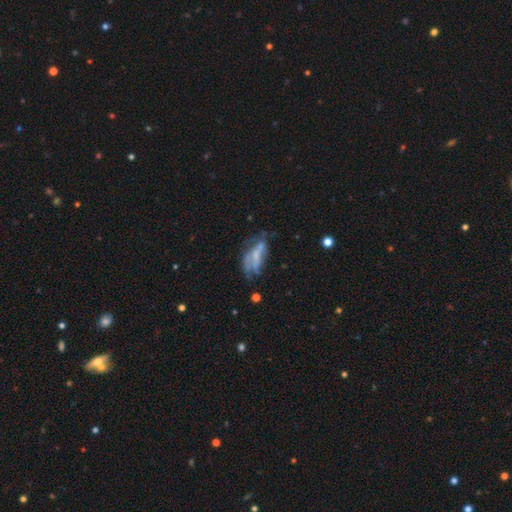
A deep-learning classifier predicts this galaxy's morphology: Smooth or featured? featured or disk (54%)
Edge-on disk? no (88%)
Merging? major disturbance (34%)